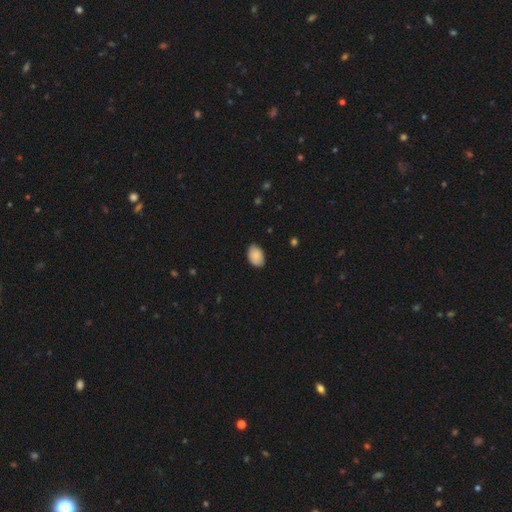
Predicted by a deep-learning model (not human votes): A smooth galaxy with no disk features (89%) that is in between round and cigar-shaped (87%). Merging: none (82%).